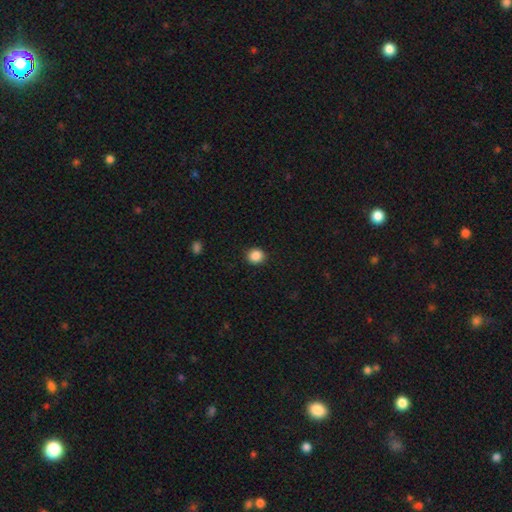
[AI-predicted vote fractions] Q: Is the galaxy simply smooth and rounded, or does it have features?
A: smooth — 88%.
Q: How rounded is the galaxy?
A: round — 85%.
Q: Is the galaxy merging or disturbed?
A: none — 91%.